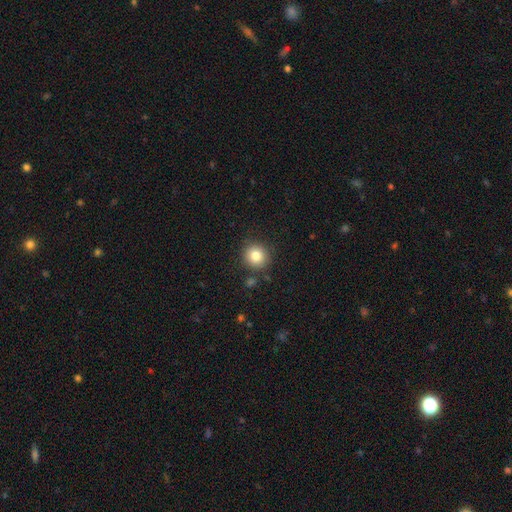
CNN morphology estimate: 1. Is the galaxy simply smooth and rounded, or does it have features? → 82% smooth, 11% star or artifact, 7% featured or disk.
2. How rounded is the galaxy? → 92% round, 7% in between, 1% cigar-shaped.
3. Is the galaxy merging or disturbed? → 87% none, 8% minor disturbance, 3% merger, 2% major disturbance.